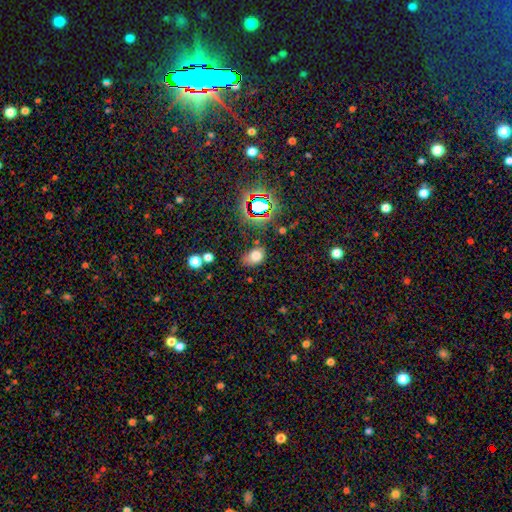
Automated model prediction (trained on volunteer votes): Q: Smooth or featured?
A: smooth (72%); runner-up: star or artifact (18%)
Q: How rounded?
A: in between (68%); runner-up: round (31%)
Q: Merging?
A: none (53%); runner-up: minor disturbance (29%)